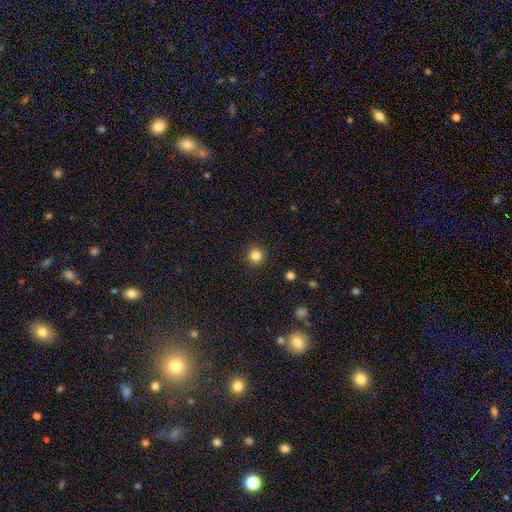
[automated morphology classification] This is clearly a smooth galaxy (84%). How rounded: clearly round (95%). Merging: clearly none (92%).